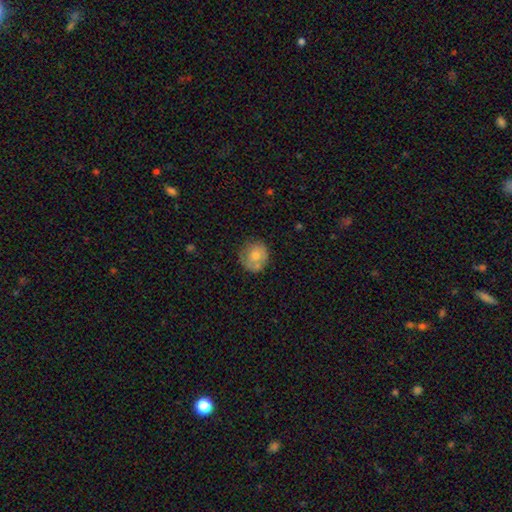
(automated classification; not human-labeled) Q: Smooth or featured?
A: smooth (63%); runner-up: featured or disk (29%)
Q: How rounded?
A: round (82%); runner-up: in between (17%)
Q: Merging?
A: none (68%); runner-up: minor disturbance (22%)